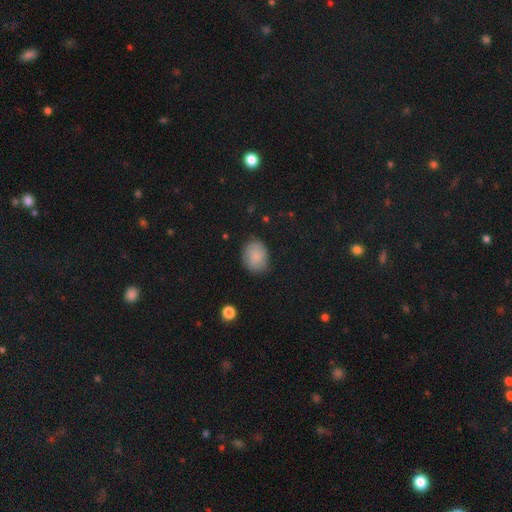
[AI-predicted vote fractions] Smooth or featured? smooth (80%)
How rounded? in between (58%)
Merging? none (78%)